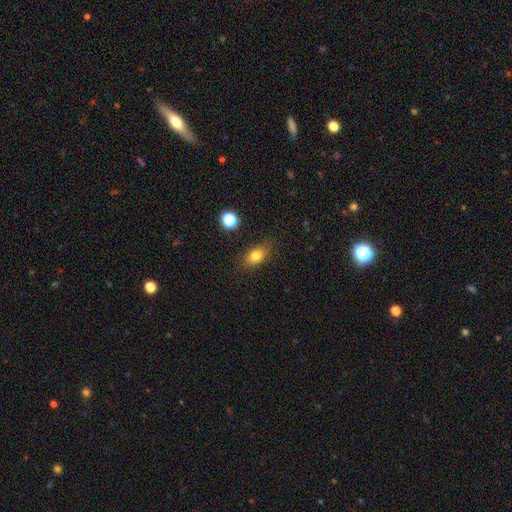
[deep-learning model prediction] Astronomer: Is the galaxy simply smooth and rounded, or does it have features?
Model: smooth — 79%.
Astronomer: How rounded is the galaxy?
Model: in between — 76%.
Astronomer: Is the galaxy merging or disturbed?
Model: none — 82%.